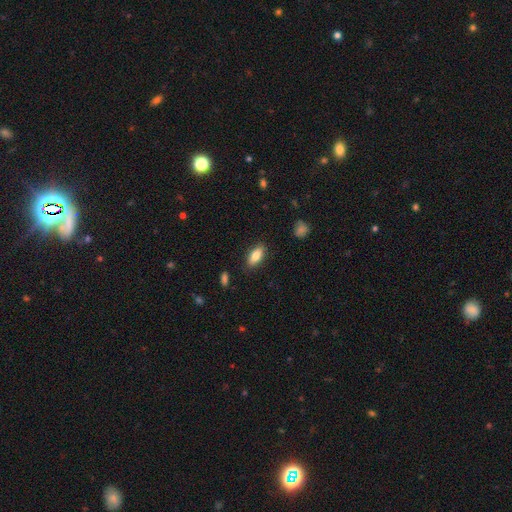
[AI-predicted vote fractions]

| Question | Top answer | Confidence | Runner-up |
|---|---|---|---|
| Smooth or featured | smooth | 81% | featured or disk (13%) |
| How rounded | in between | 83% | cigar-shaped (14%) |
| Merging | none | 87% | minor disturbance (9%) |